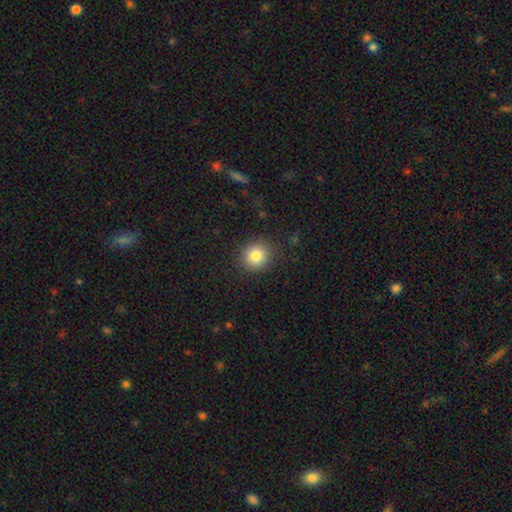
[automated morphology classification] Smooth or featured? Predicted: smooth (p=0.84). How rounded? Predicted: round (p=0.86). Merging? Predicted: none (p=0.88).